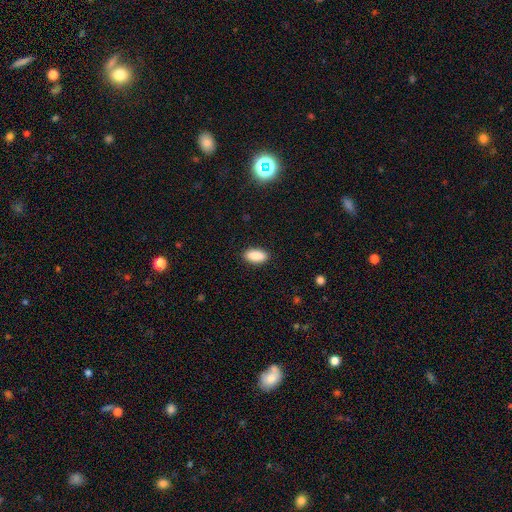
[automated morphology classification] This is clearly a smooth galaxy (90%). How rounded: clearly in between (92%). Merging: clearly none (89%).